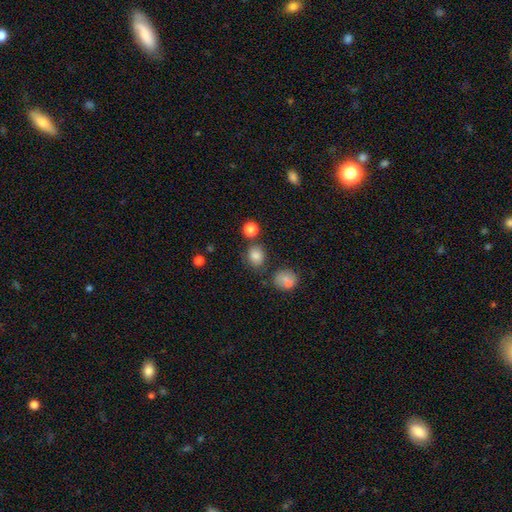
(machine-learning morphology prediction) A smooth galaxy with no disk features (82%) that is round (65%).

Vote fractions:
- Smooth or featured? smooth: 82% / star or artifact: 12% / featured or disk: 5%
- How rounded? round: 65% / in between: 34% / cigar-shaped: 1%
- Merging? none: 76% / minor disturbance: 12% / merger: 8% / major disturbance: 4%